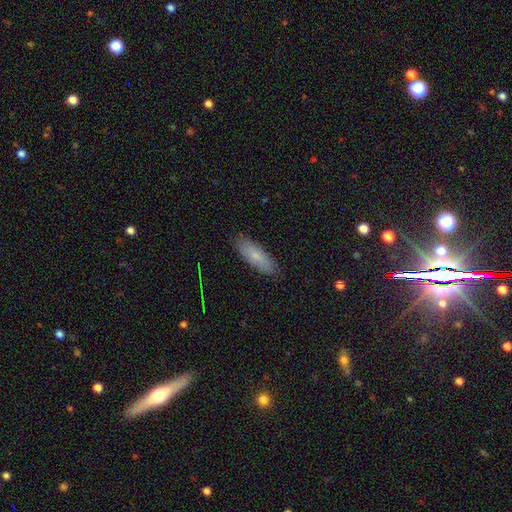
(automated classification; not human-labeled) smooth_or_featured: smooth (p=0.76) [alt: featured or disk p=0.17]
how_rounded: in between (p=0.57) [alt: cigar-shaped p=0.41]
merging: none (p=0.87) [alt: minor disturbance p=0.10]